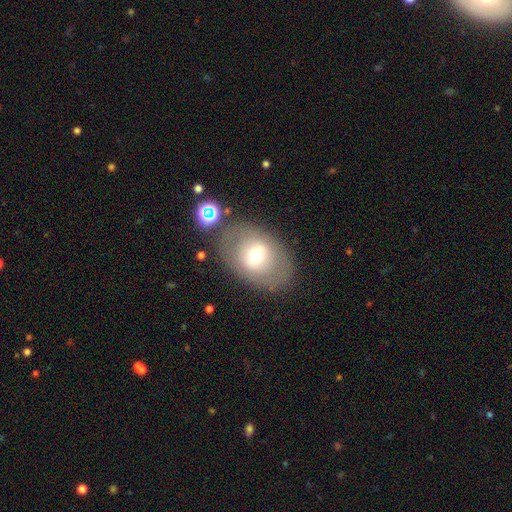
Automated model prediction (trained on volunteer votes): smooth 58%, featured or disk 33%, star or artifact 10%. Down the decision tree: how rounded — in between (76%); merging — none (78%).